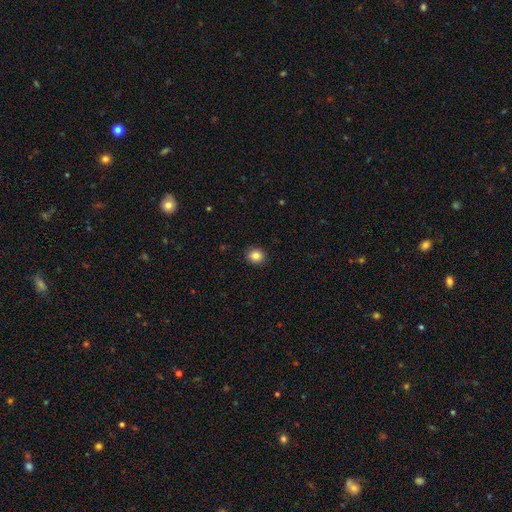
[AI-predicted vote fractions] This appears to be a smooth galaxy with no disk features (85%) that is round (80%). Merging: none (91%).